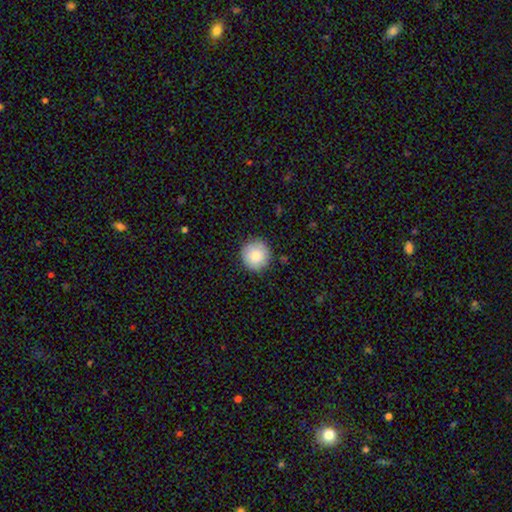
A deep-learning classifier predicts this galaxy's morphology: type=smooth (84%); roundness=round (95%); merging=none (89%).